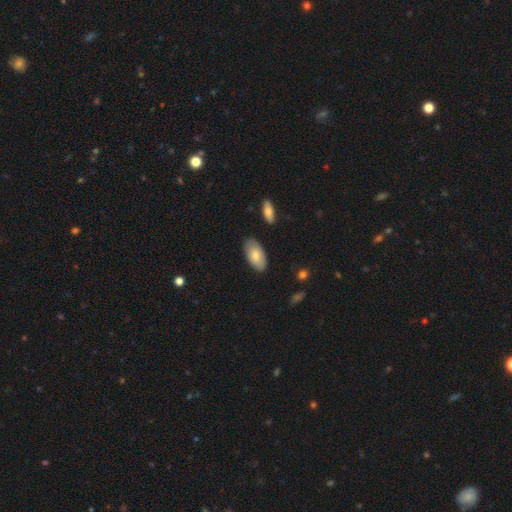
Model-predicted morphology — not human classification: Overall: smooth (78%). How rounded: in between (94%). Merging: none (82%).